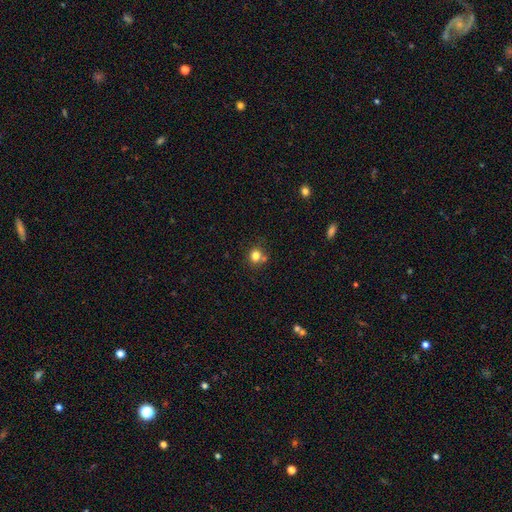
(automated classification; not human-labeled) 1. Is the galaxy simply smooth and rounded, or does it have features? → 80% smooth, 13% star or artifact, 7% featured or disk.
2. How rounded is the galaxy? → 85% round, 14% in between, 1% cigar-shaped.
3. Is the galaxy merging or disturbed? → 67% none, 19% merger, 11% minor disturbance, 3% major disturbance.